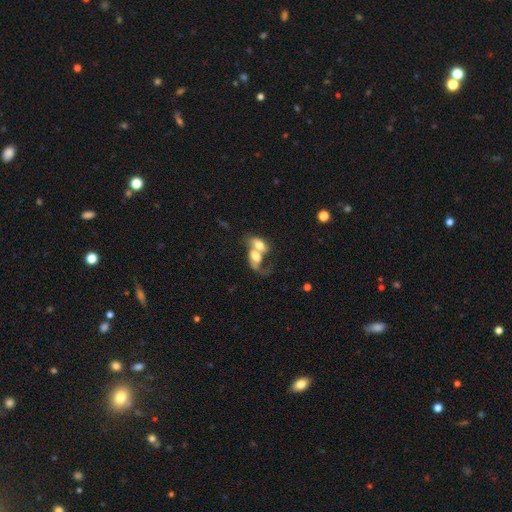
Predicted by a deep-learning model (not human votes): Smooth or featured? smooth (54%)
How rounded? in between (83%)
Merging? merger (79%)